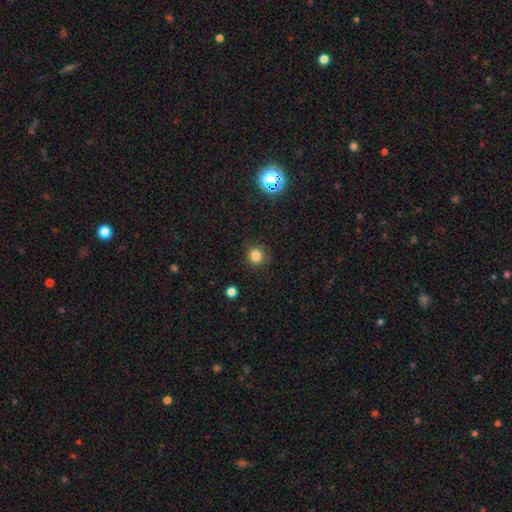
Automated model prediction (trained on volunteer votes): This appears to be a smooth galaxy with no disk features (80%) that is round (92%). Merging: none (88%).